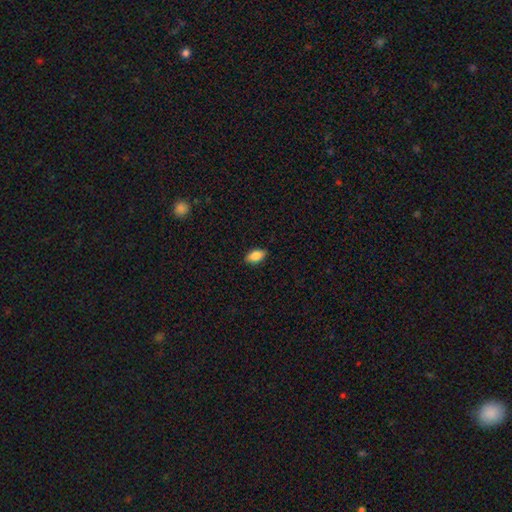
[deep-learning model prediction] This appears to be a smooth galaxy with no disk features (86%) that is in between round and cigar-shaped (91%). Merging: none (87%).